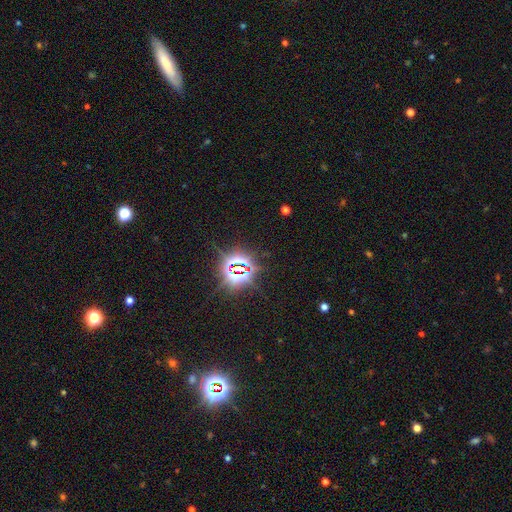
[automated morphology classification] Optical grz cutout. It shows a star or artifact, not a galaxy (83%).